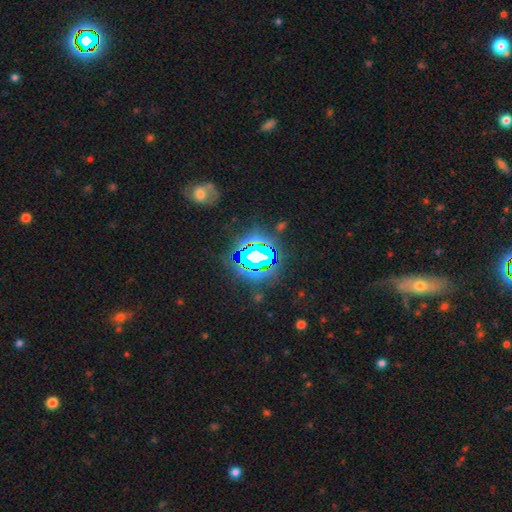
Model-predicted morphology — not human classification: Smooth or featured: star or artifact — 75% (smooth — 13%)